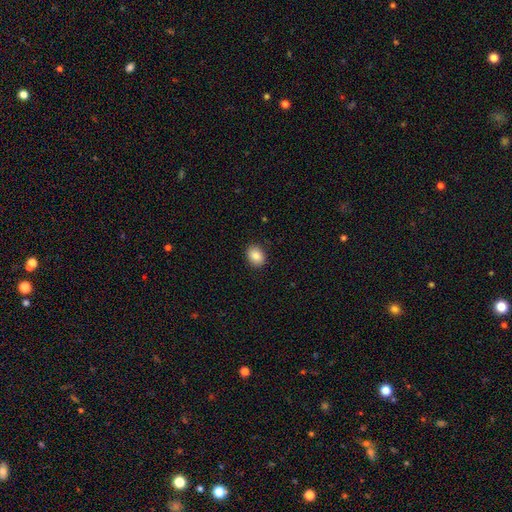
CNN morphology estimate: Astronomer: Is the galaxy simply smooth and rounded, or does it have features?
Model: smooth — 87%.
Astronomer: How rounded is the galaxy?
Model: in between — 56% (runner-up: round, 43%).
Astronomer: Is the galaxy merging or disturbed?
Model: none — 90%.